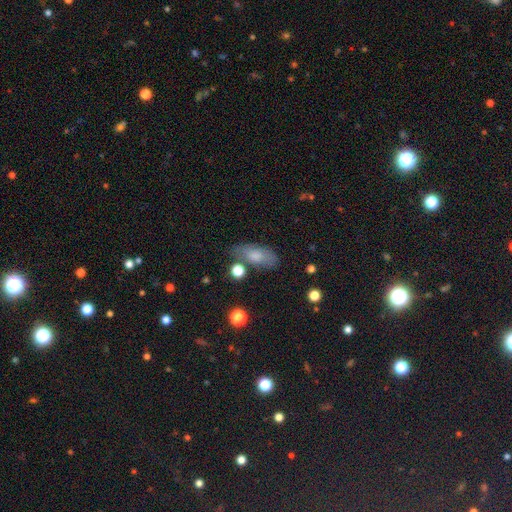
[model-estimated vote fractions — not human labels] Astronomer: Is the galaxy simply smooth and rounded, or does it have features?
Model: smooth — 74%.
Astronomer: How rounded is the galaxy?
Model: in between — 84%.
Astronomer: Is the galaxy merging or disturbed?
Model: none — 65%.